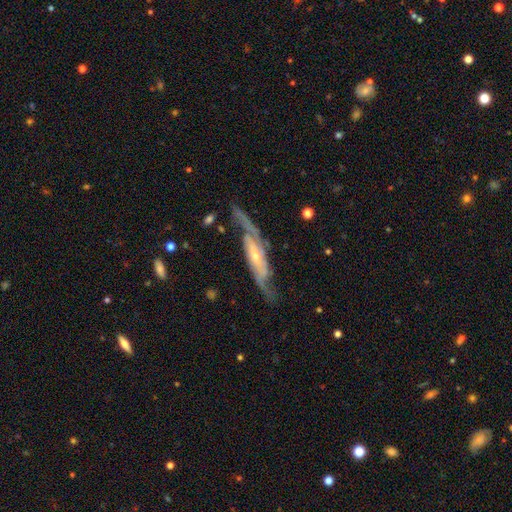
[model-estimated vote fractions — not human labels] smooth-or-featured: featured or disk: 86% | smooth: 9% | star or artifact: 5%
  disk-edge-on: no: 75% | yes: 25%
    bar: no: 47% | weak: 34% | strong: 20%
    has-spiral-arms: yes: 95% | no: 5%
      spiral-winding: medium: 46% | tight: 31% | loose: 23%
      spiral-arm-count: 2: 80% | can't tell: 11% | 3: 4% | 1: 2% | 4: 2% | more than 4: 1%
    bulge-size: small: 68% | moderate: 26% | none: 3% | large: 2% | dominant: 1%
  merging: none: 68% | minor disturbance: 19% | major disturbance: 11% | merger: 3%